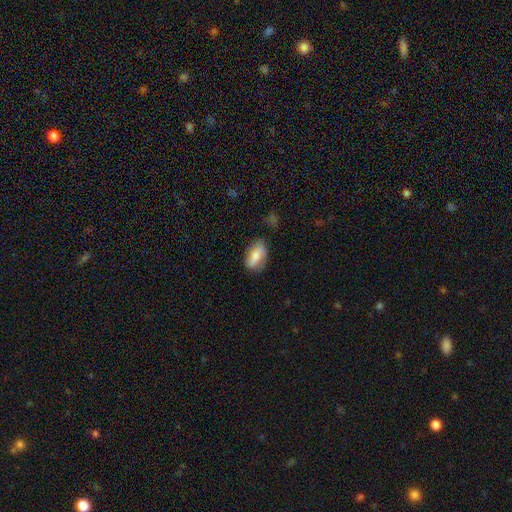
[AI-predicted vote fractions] Smooth or featured?
  - smooth: 68% *
  - featured or disk: 25%
  - star or artifact: 7%
How rounded?
  - in between: 87% *
  - round: 7%
  - cigar-shaped: 6%
Merging?
  - none: 69% *
  - minor disturbance: 23%
  - major disturbance: 6%
  - merger: 2%